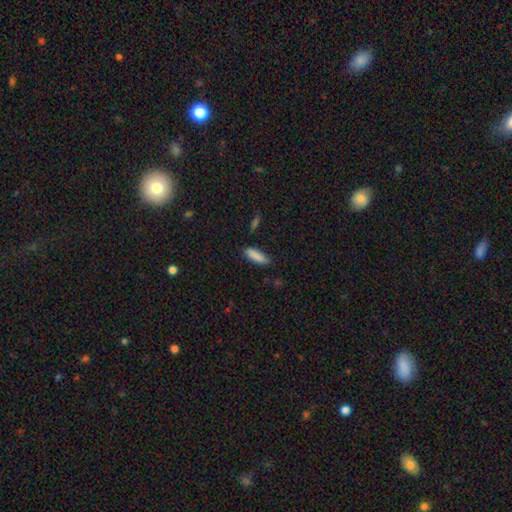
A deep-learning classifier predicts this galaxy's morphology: Overall: smooth (87%). How rounded: cigar-shaped (53%; in between 46%). Merging: none (81%).